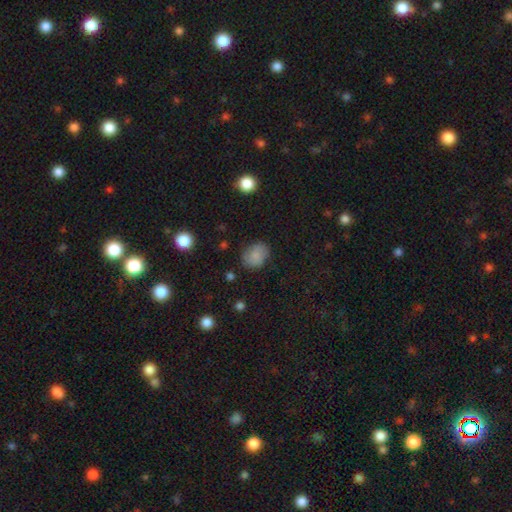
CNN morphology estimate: Smooth or featured? Predicted: smooth (p=0.79). How rounded? Predicted: in between (p=0.57). Merging? Predicted: none (p=0.75).